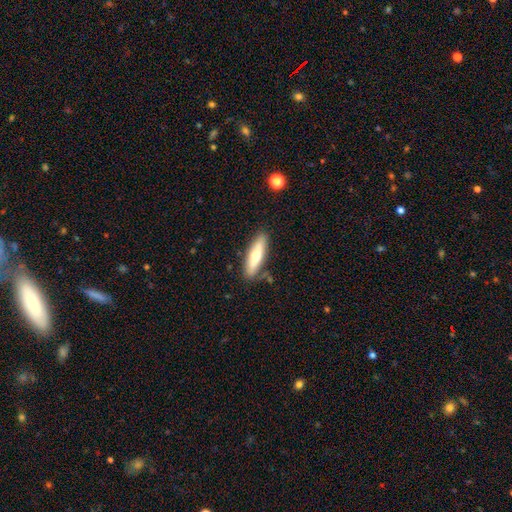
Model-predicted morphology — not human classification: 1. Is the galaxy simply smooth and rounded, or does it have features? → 56% smooth, 38% featured or disk, 6% star or artifact.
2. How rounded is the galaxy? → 60% cigar-shaped, 38% in between, 2% round.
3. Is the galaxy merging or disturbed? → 82% none, 12% minor disturbance, 3% merger, 3% major disturbance.